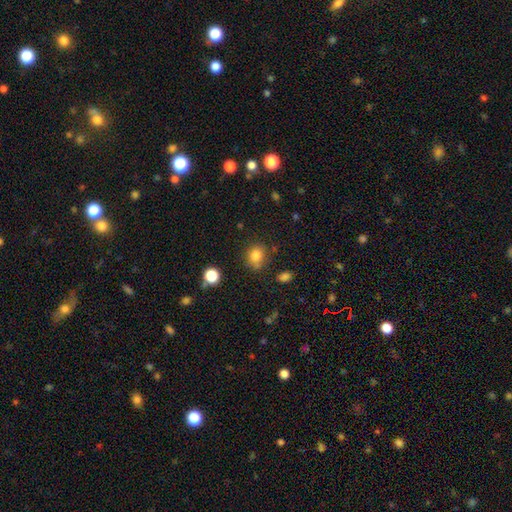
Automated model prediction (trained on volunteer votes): The model was most divided on "how rounded": round: 71%, in between: 28%, cigar-shaped: 1%. More confident: smooth or featured — smooth (81%); merging — none (69%).